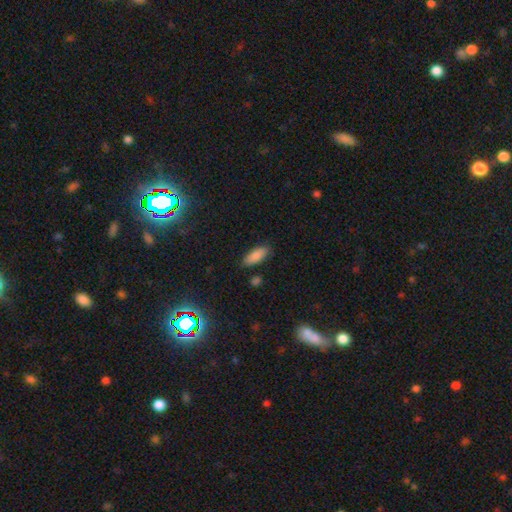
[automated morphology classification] smooth 86%, star or artifact 8%, featured or disk 7%. Down the decision tree: how rounded — in between (76%); merging — none (82%).